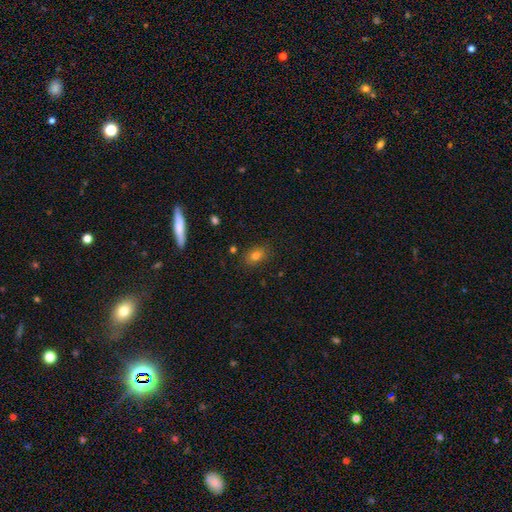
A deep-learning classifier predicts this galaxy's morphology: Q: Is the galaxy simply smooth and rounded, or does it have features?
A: smooth — 78%.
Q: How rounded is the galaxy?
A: in between — 74%.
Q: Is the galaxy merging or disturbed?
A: none — 83%.